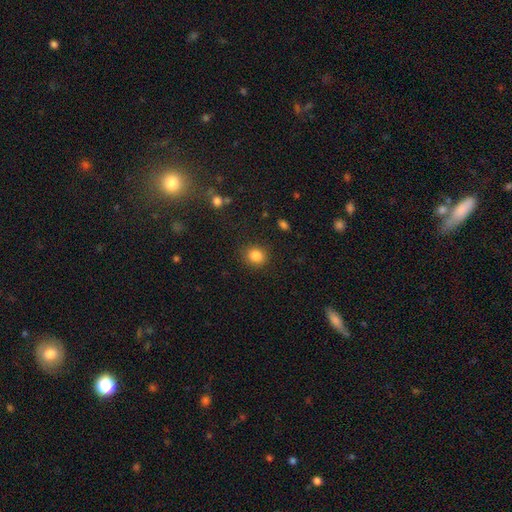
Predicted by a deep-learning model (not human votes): The model was most divided on "how rounded": round: 66%, in between: 33%, cigar-shaped: 1%. More confident: merging — none (86%); smooth or featured — smooth (85%).